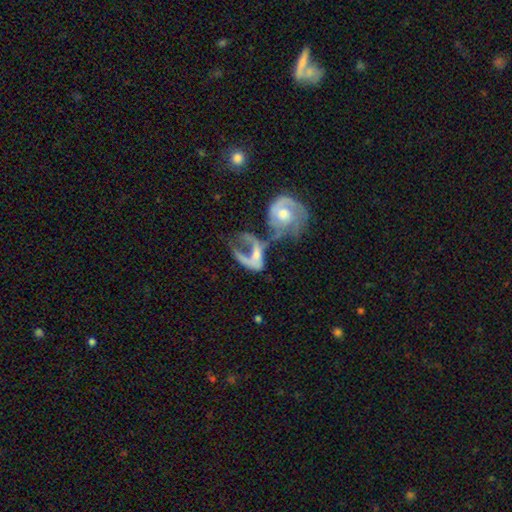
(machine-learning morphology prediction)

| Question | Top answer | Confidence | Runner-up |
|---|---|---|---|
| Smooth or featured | featured or disk | 68% | smooth (24%) |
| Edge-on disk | no | 95% | yes (5%) |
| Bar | no | 68% | weak (23%) |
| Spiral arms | yes | 61% | no (39%) |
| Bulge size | moderate | 49% | small (29%) |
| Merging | merger | 62% | major disturbance (22%) |